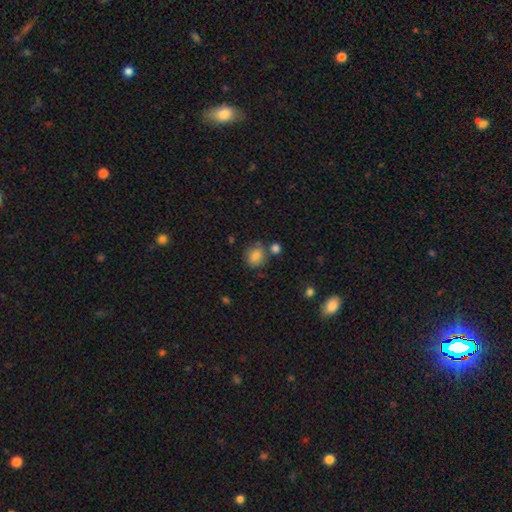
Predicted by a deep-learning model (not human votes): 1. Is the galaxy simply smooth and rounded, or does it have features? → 82% smooth, 10% star or artifact, 8% featured or disk.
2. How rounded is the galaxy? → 73% round, 26% in between, 1% cigar-shaped.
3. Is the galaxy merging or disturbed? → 69% none, 14% merger, 13% minor disturbance, 4% major disturbance.